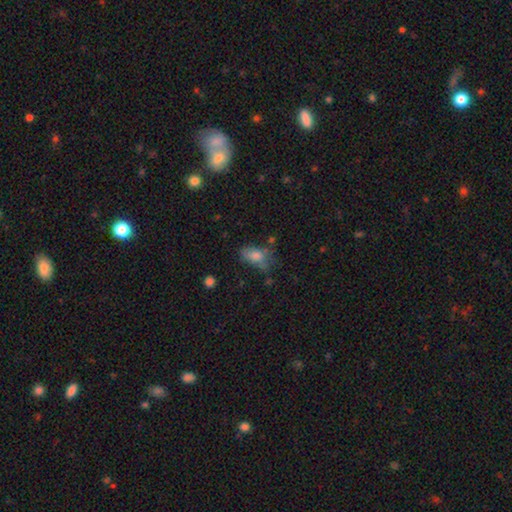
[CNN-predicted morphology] Smooth or featured? Predicted: smooth (p=0.72). How rounded? Predicted: in between (p=0.85). Merging? Predicted: none (p=0.46).